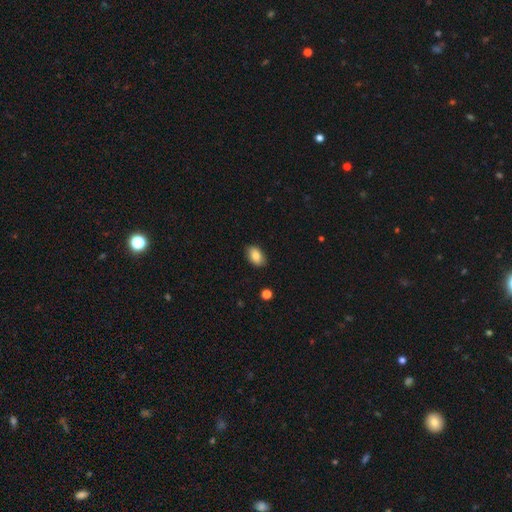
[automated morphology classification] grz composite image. It shows a smooth galaxy with no disk features (84%) that is in between round and cigar-shaped (90%). Merging: none (85%).